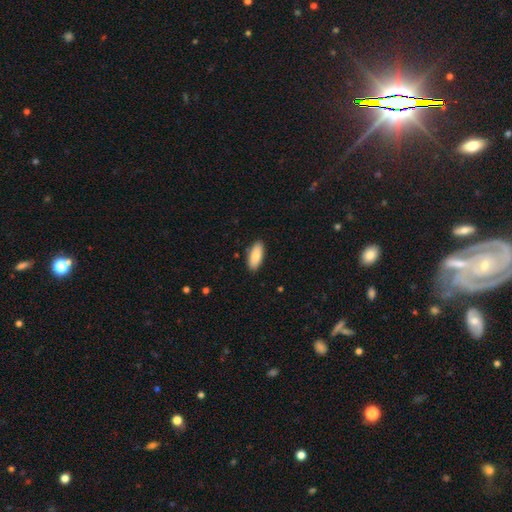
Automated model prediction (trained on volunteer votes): Morphology: type=smooth (86%); roundness=in between (84%); merging=none (89%).